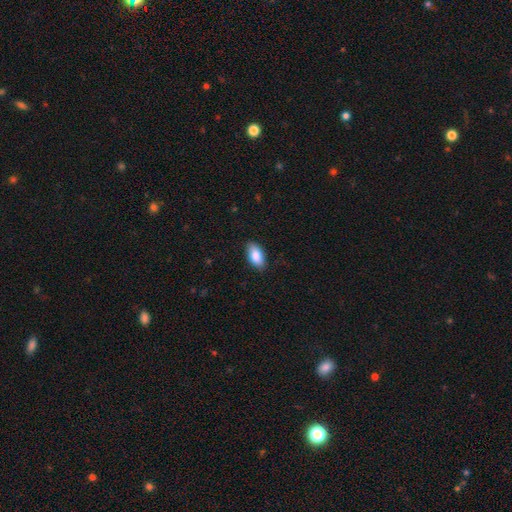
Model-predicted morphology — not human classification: Q: Smooth or featured?
A: smooth (87%); runner-up: featured or disk (7%)
Q: How rounded?
A: in between (92%); runner-up: cigar-shaped (5%)
Q: Merging?
A: none (85%); runner-up: minor disturbance (12%)